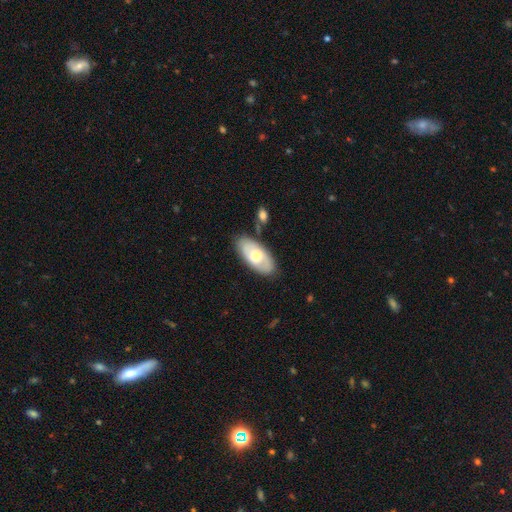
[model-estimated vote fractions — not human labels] This is possibly a smooth galaxy (55%). How rounded: clearly in between (92%). Merging: likely none (79%).